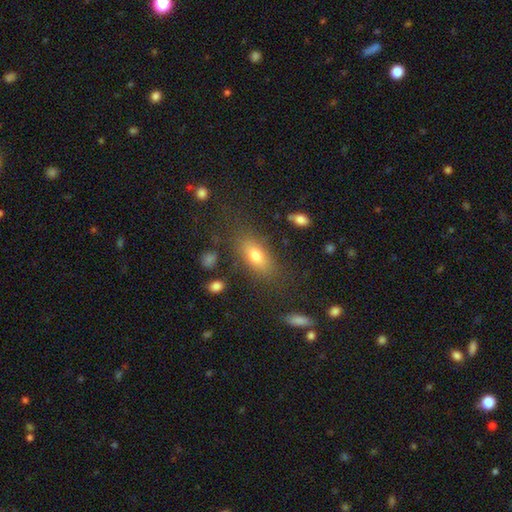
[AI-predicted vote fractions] Smooth or featured? smooth (73%)
How rounded? in between (78%)
Merging? none (76%)